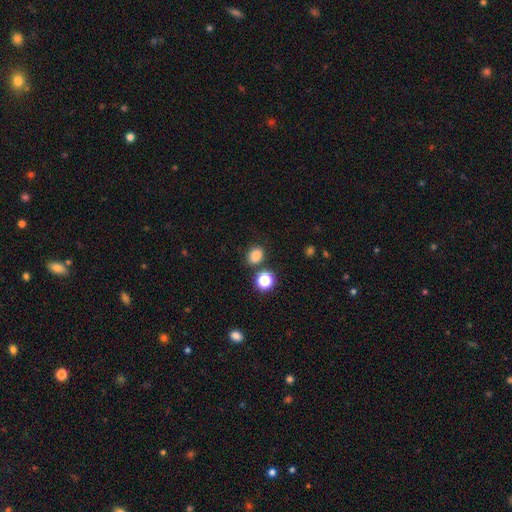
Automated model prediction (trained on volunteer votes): Smooth or featured? Predicted: smooth (p=0.81). How rounded? Predicted: round (p=0.51). Merging? Predicted: none (p=0.77).